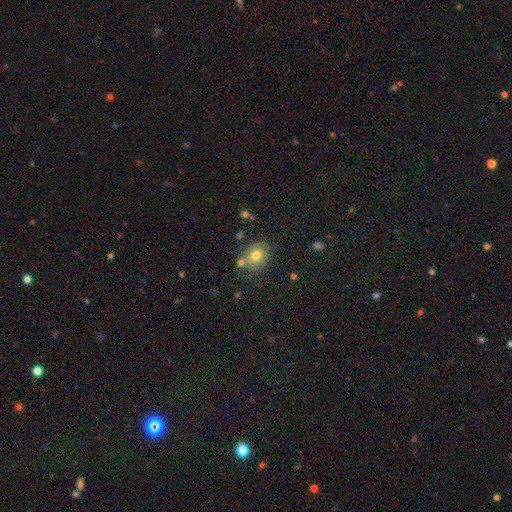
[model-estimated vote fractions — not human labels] Smooth or featured? smooth (63%)
How rounded? in between (53%)
Merging? none (62%)